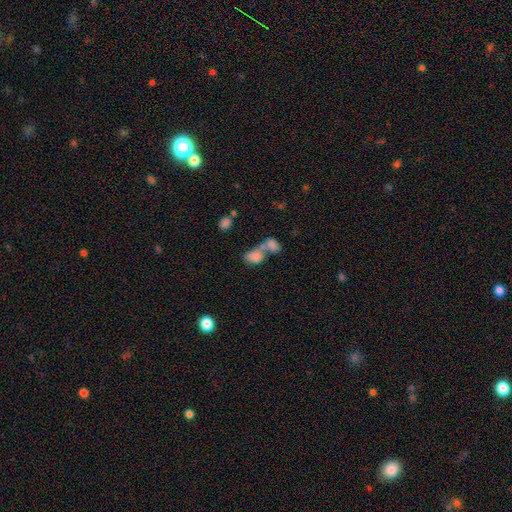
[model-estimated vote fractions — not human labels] Overall: smooth (78%). How rounded: in between (82%). Merging: merger (69%).